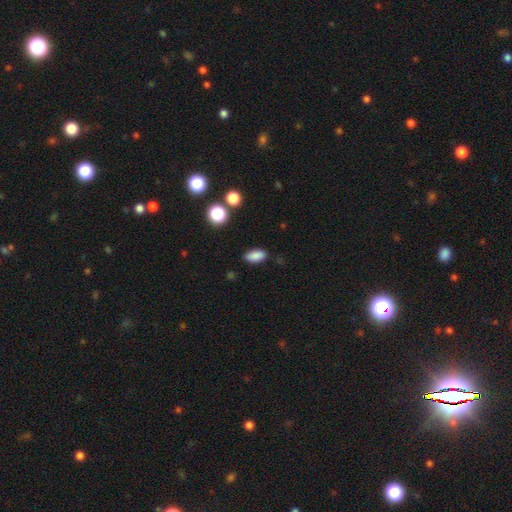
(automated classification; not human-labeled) This is clearly a smooth galaxy (86%). How rounded: clearly in between (89%). Merging: clearly none (86%).